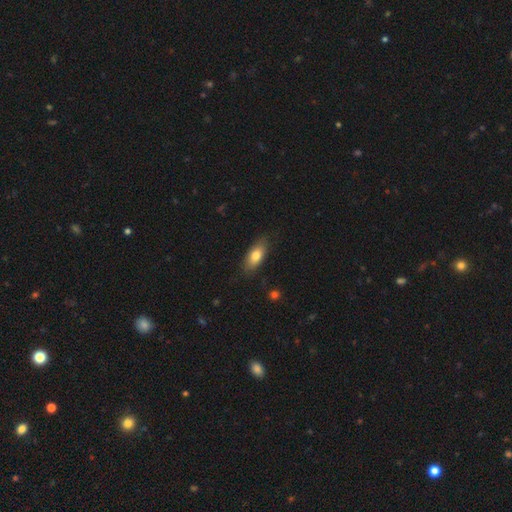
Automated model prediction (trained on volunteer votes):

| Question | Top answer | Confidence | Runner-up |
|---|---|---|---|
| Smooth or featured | smooth | 77% | featured or disk (17%) |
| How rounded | in between | 83% | cigar-shaped (14%) |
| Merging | none | 83% | minor disturbance (14%) |